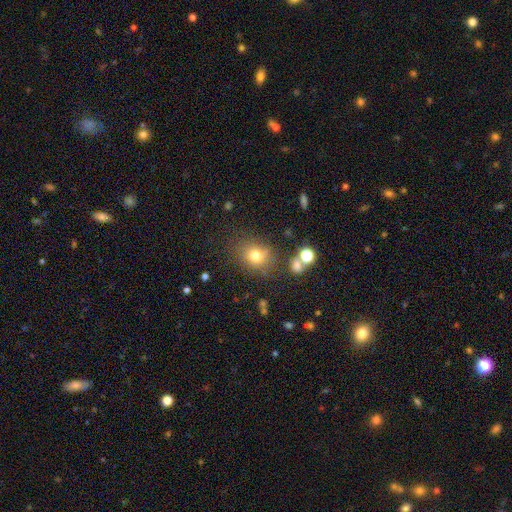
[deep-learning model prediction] Smooth or featured?
  - smooth: 73% *
  - star or artifact: 17%
  - featured or disk: 10%
How rounded?
  - round: 70% *
  - in between: 29%
  - cigar-shaped: 1%
Merging?
  - none: 74% *
  - minor disturbance: 14%
  - merger: 6%
  - major disturbance: 6%